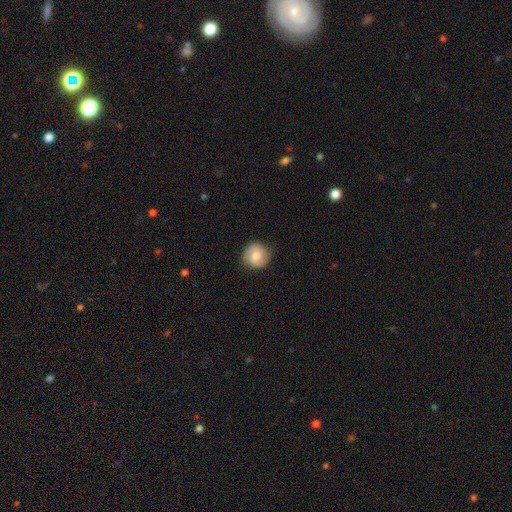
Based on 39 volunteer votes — Smooth or featured? 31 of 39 (79%) said smooth. How rounded? 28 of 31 (90%) said round. Merging? 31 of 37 (84%) said none.